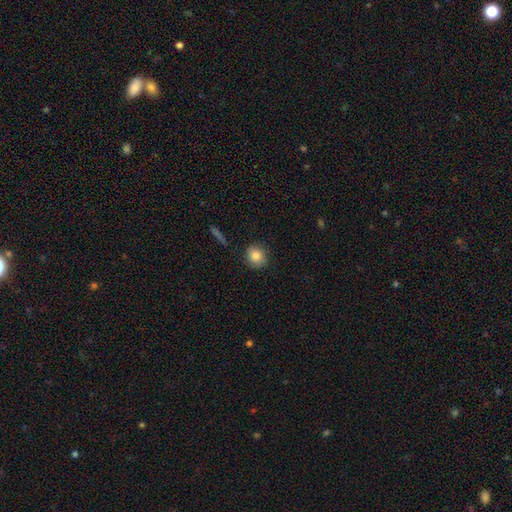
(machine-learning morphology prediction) A smooth galaxy with no disk features (84%) that is round (83%).

Vote fractions:
- Smooth or featured? smooth: 84% / star or artifact: 9% / featured or disk: 7%
- How rounded? round: 83% / in between: 16% / cigar-shaped: 1%
- Merging? none: 86% / minor disturbance: 10% / major disturbance: 2% / merger: 2%